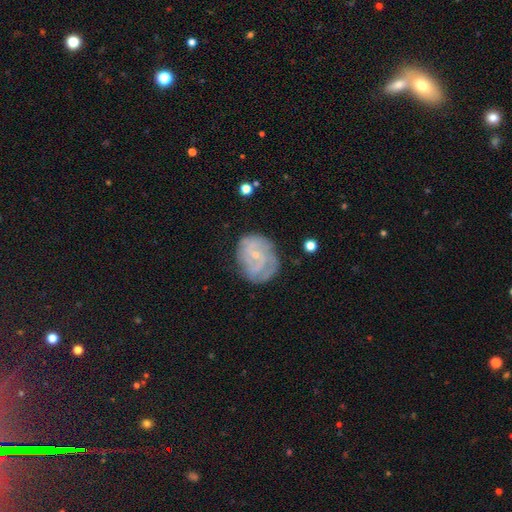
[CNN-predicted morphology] smooth_or_featured: featured or disk (p=0.75) [alt: smooth p=0.18]
disk_edge_on: no (p=0.98) [alt: yes p=0.02]
bar: no (p=0.63) [alt: weak p=0.32]
has_spiral_arms: yes (p=0.89) [alt: no p=0.11]
spiral_winding: tight (p=0.58) [alt: medium p=0.33]
spiral_arm_count: can't tell (p=0.36) [alt: 2 p=0.29]
bulge_size: small (p=0.80) [alt: moderate p=0.15]
merging: none (p=0.68) [alt: minor disturbance p=0.22]